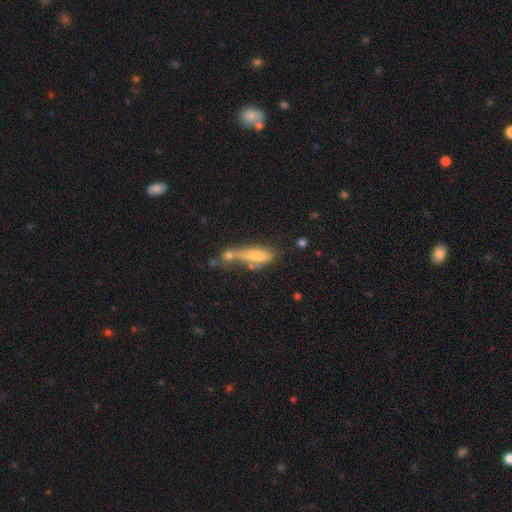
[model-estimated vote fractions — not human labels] A smooth galaxy with no disk features (61%) that is cigar-shaped (51%). Merging: merger (39%).